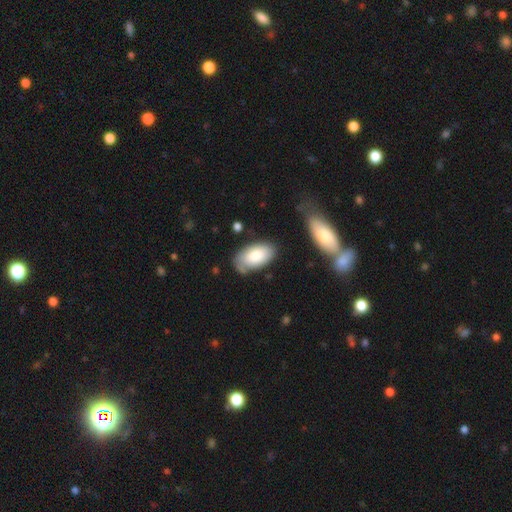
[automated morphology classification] Smooth or featured?
  - smooth: 78% *
  - featured or disk: 16%
  - star or artifact: 6%
How rounded?
  - in between: 95% *
  - round: 3%
  - cigar-shaped: 2%
Merging?
  - none: 66% *
  - minor disturbance: 23%
  - major disturbance: 6%
  - merger: 5%